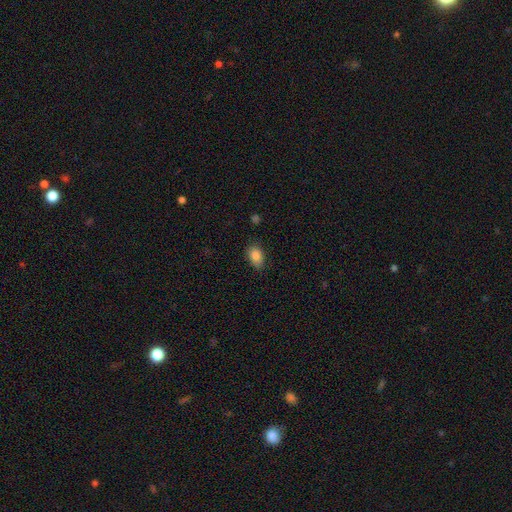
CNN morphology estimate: smooth-or-featured: smooth: 86% | star or artifact: 8% | featured or disk: 6%
  how-rounded: in between: 84% | round: 15% | cigar-shaped: 1%
  merging: none: 81% | minor disturbance: 15% | major disturbance: 3% | merger: 1%